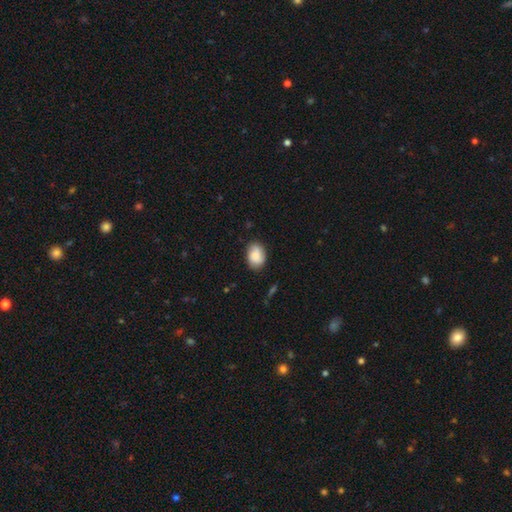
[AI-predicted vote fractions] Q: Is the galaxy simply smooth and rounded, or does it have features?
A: smooth — 84%.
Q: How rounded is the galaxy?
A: in between — 76%.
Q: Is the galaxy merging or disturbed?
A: none — 77%.